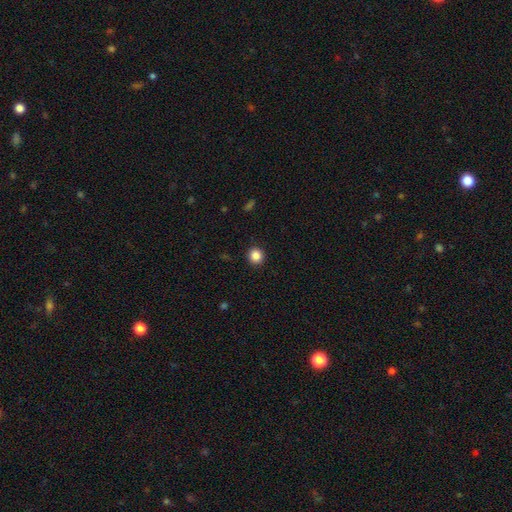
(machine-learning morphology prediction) smooth-or-featured: smooth: 86% | star or artifact: 11% | featured or disk: 4%
  how-rounded: round: 92% | in between: 7% | cigar-shaped: 1%
  merging: none: 92% | minor disturbance: 5% | major disturbance: 2% | merger: 1%